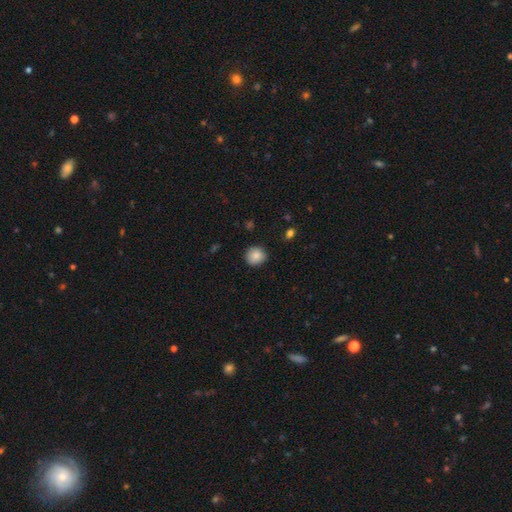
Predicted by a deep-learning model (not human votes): Smooth or featured? Predicted: smooth (p=0.87). How rounded? Predicted: round (p=0.88). Merging? Predicted: none (p=0.89).